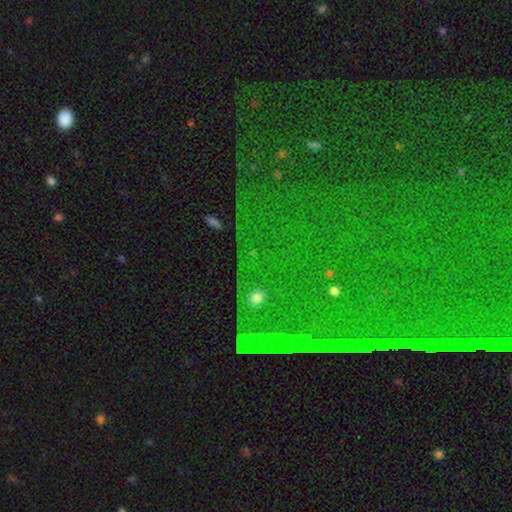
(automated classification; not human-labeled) Smooth or featured: star or artifact — 81% (featured or disk — 10%)